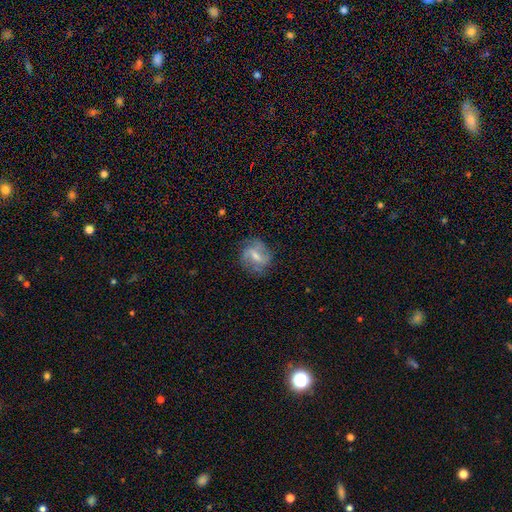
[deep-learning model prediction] featured or disk 70%, smooth 21%, star or artifact 9%. Down the decision tree: edge-on disk — no (96%); bar — weak (50%); spiral arms — yes (88%); spiral arm count — 2 (52%); spiral winding — medium (44%); bulge size — moderate (48%); merging — none (75%).